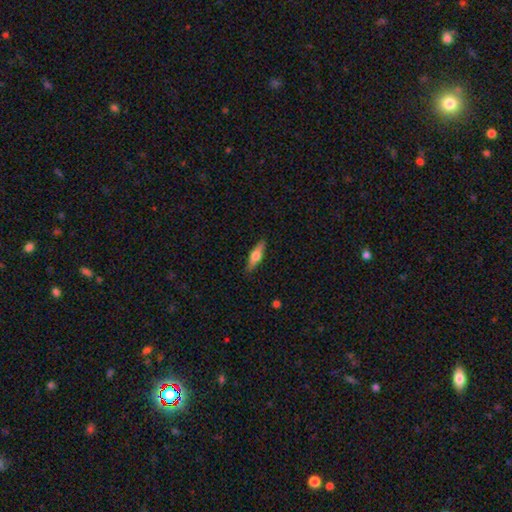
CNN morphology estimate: This appears to be a featured or disk galaxy (53%) viewed edge-on (94%) with a rounded central bulge (93%). Merging: none (88%).